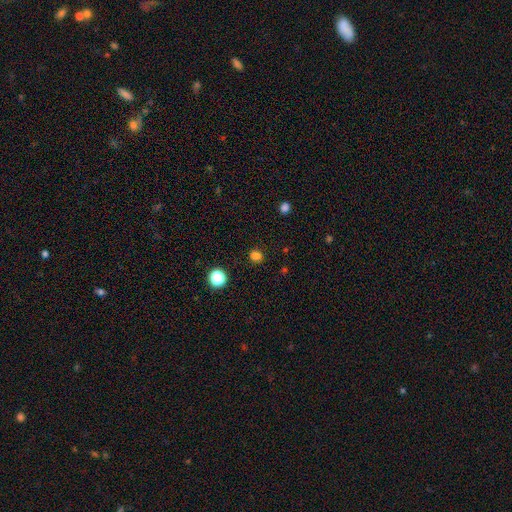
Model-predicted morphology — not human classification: Smooth or featured: smooth — 75% (star or artifact — 20%)
How rounded: round — 65% (in between — 34%)
Merging: none — 77% (minor disturbance — 13%)